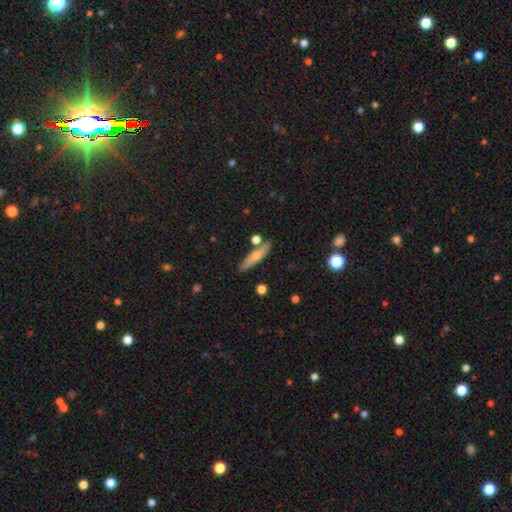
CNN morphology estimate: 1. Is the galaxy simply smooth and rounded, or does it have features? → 61% smooth, 32% featured or disk, 7% star or artifact.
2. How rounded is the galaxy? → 78% cigar-shaped, 19% in between, 3% round.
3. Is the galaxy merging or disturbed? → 79% none, 11% minor disturbance, 8% merger, 3% major disturbance.